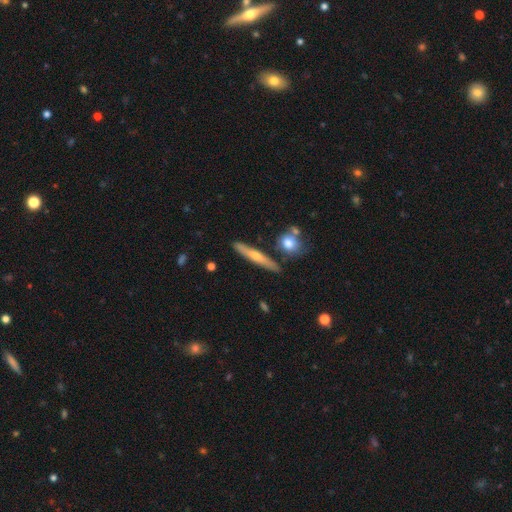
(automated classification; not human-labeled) Morphology: type=featured or disk (52%); edge-on=yes (92%); merging=none (84%).